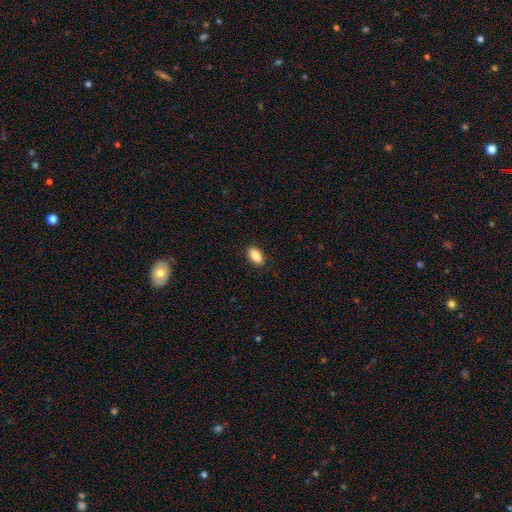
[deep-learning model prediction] Overall: smooth (89%). How rounded: in between (93%). Merging: none (88%).